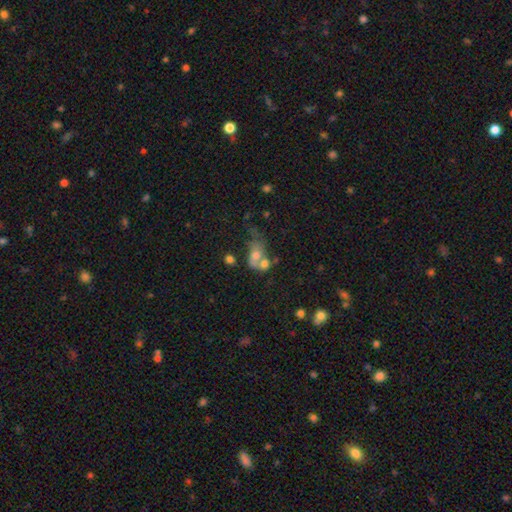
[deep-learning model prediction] A smooth galaxy with no disk features (50%).

Vote fractions:
- Smooth or featured? smooth: 50% / featured or disk: 33% / star or artifact: 17%
- Merging? merger: 50% / none: 20% / major disturbance: 19% / minor disturbance: 12%